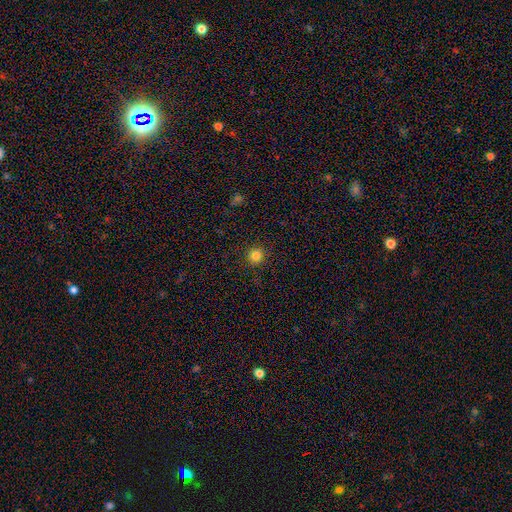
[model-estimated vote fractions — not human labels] Q: Smooth or featured?
A: smooth (83%); runner-up: star or artifact (13%)
Q: How rounded?
A: round (94%); runner-up: in between (5%)
Q: Merging?
A: none (91%); runner-up: minor disturbance (6%)